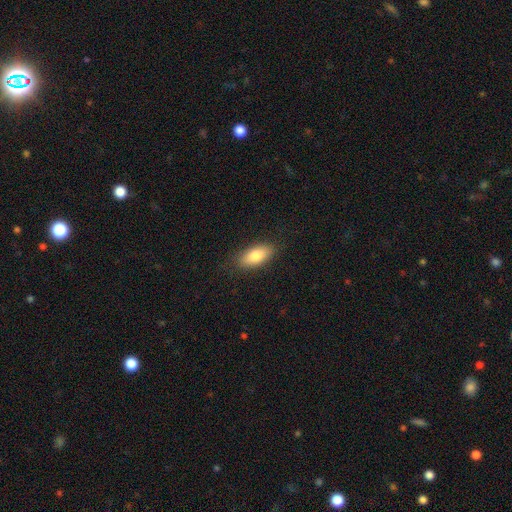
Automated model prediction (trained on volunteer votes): This is clearly a smooth galaxy (82%). How rounded: clearly in between (87%). Merging: clearly none (85%).